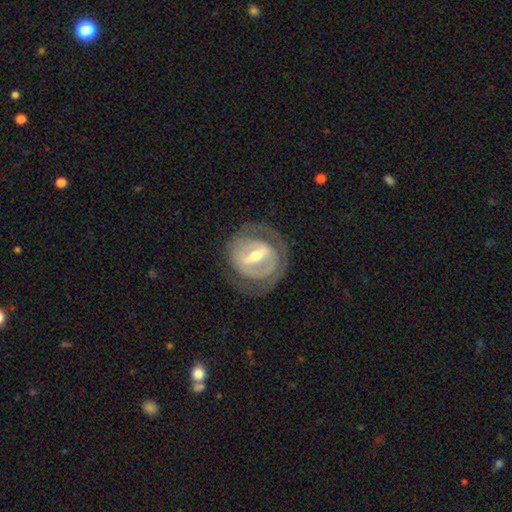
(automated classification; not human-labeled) This appears to be a featured or disk galaxy (81%) with a strong bar (61%), spiral arms (63%) and a moderate central bulge (58%). Merging: none (74%).